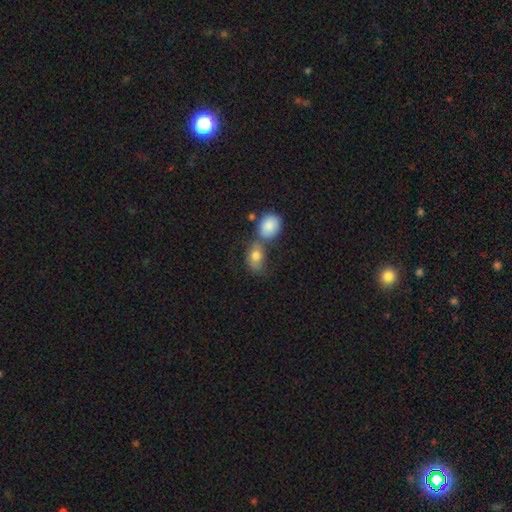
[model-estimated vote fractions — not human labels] smooth 79%, featured or disk 12%, star or artifact 9%. Down the decision tree: how rounded — in between (76%); merging — merger (40%).